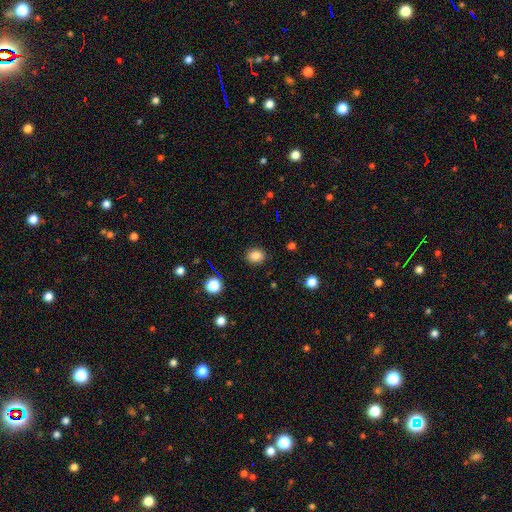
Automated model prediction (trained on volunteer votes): Overall: smooth (84%). How rounded: round (62%; in between 37%). Merging: none (89%).